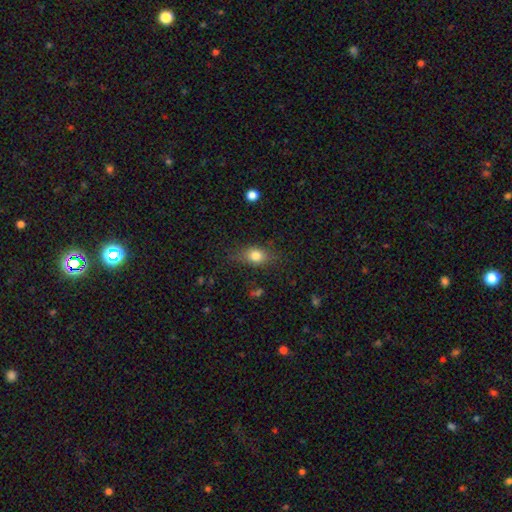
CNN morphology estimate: Smooth or featured?
  - smooth: 78% *
  - featured or disk: 12%
  - star or artifact: 10%
How rounded?
  - in between: 65% *
  - round: 31%
  - cigar-shaped: 5%
Merging?
  - none: 70% *
  - minor disturbance: 21%
  - major disturbance: 7%
  - merger: 2%